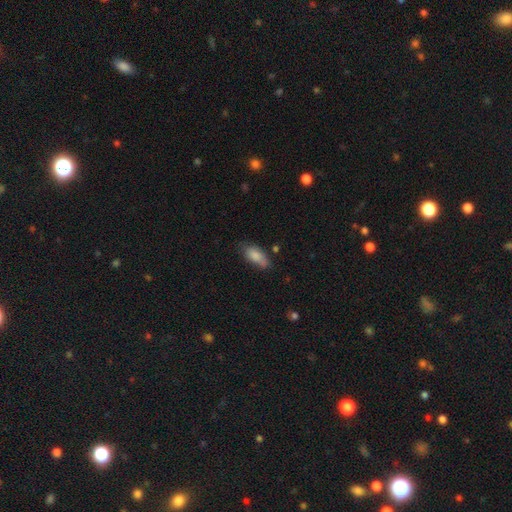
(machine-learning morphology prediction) Overall: smooth (83%). How rounded: in between (86%). Merging: none (60%; minor disturbance 29%).